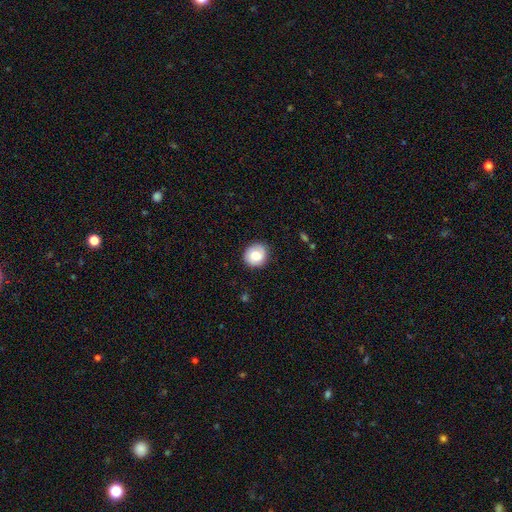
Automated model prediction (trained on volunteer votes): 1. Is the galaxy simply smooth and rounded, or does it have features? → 75% smooth, 17% featured or disk, 8% star or artifact.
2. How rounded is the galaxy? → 84% round, 15% in between, 1% cigar-shaped.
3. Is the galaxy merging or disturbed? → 85% none, 12% minor disturbance, 3% major disturbance, 1% merger.